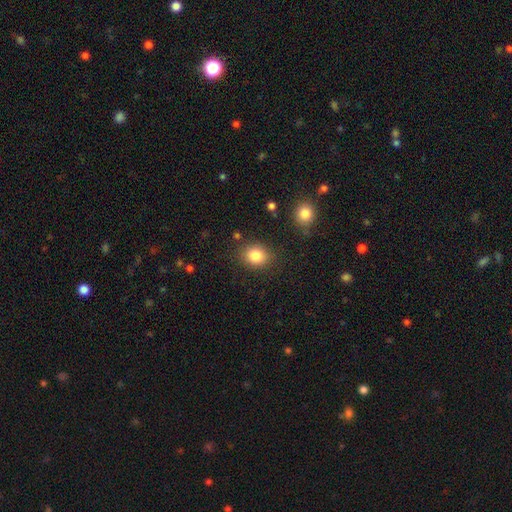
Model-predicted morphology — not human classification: This is clearly a smooth galaxy (84%). How rounded: possibly round (59%). Merging: clearly none (84%).